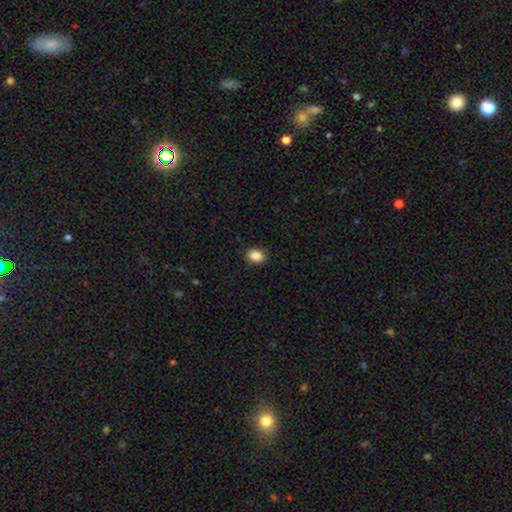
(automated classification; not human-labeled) Q: Smooth or featured?
A: smooth (87%); runner-up: star or artifact (9%)
Q: How rounded?
A: in between (62%); runner-up: round (37%)
Q: Merging?
A: none (88%); runner-up: minor disturbance (9%)